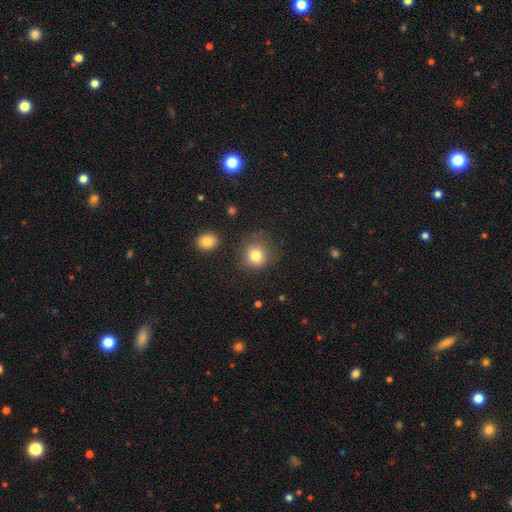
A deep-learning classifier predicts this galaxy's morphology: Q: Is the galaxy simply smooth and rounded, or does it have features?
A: smooth — 81%.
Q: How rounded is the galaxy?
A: round — 86%.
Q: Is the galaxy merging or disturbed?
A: none — 76%.